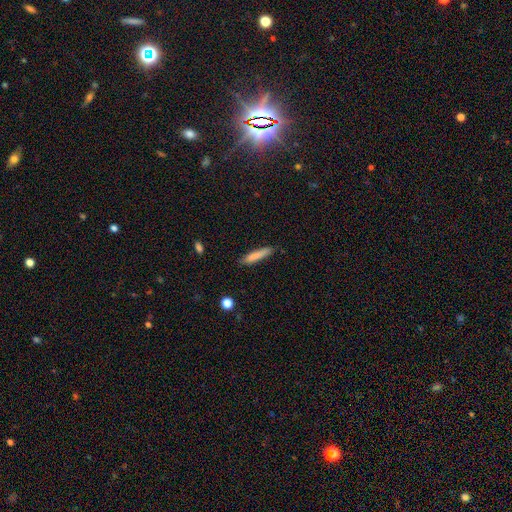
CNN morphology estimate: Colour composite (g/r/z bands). It shows a smooth galaxy with no disk features (81%) that is cigar-shaped (90%). Merging: none (82%).